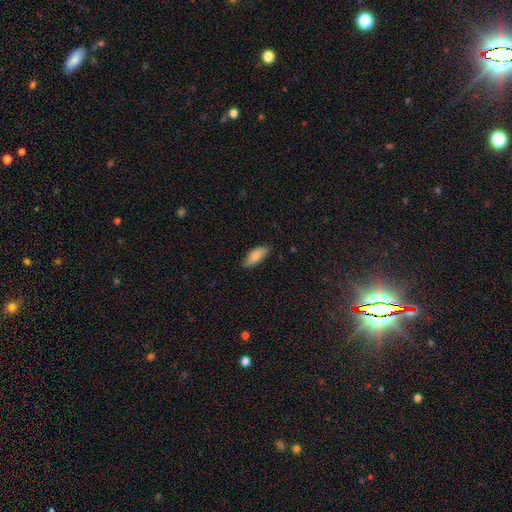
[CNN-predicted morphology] A smooth galaxy with no disk features (80%) that is in between round and cigar-shaped (80%). Merging: none (78%).